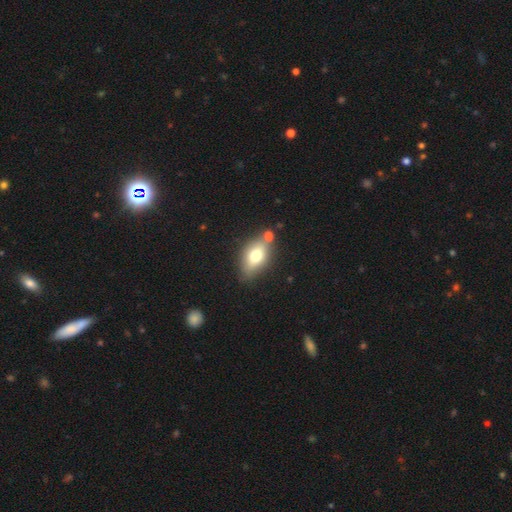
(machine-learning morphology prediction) Overall: smooth (71%). How rounded: in between (85%). Merging: none (65%).